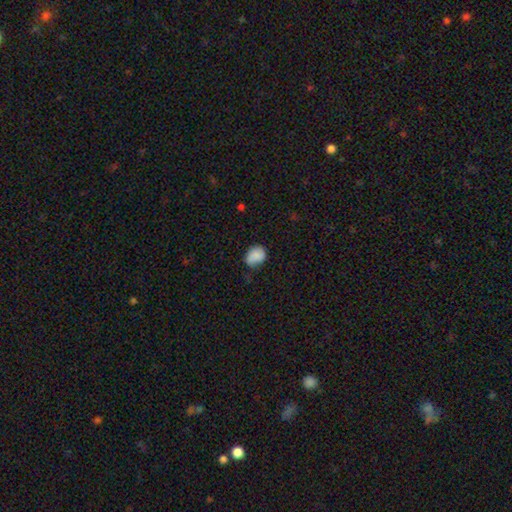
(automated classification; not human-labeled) smooth_or_featured: smooth (p=0.83) [alt: featured or disk p=0.08]
how_rounded: in between (p=0.56) [alt: round p=0.43]
merging: none (p=0.56) [alt: minor disturbance p=0.34]